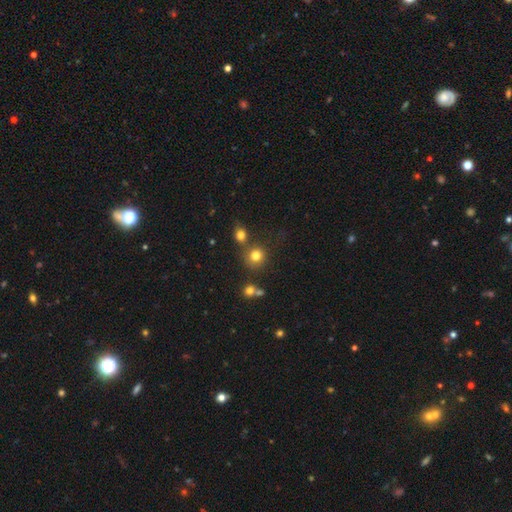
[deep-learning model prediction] Smooth or featured: smooth — 78% (star or artifact — 15%)
How rounded: round — 88% (in between — 11%)
Merging: none — 67% (merger — 19%)